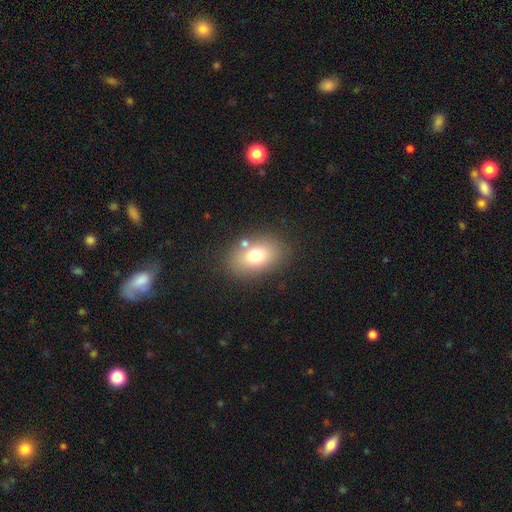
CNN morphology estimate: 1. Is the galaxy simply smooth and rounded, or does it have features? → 73% smooth, 15% featured or disk, 12% star or artifact.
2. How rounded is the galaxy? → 78% in between, 21% round, 1% cigar-shaped.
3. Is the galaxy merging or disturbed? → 77% none, 11% minor disturbance, 8% merger, 4% major disturbance.